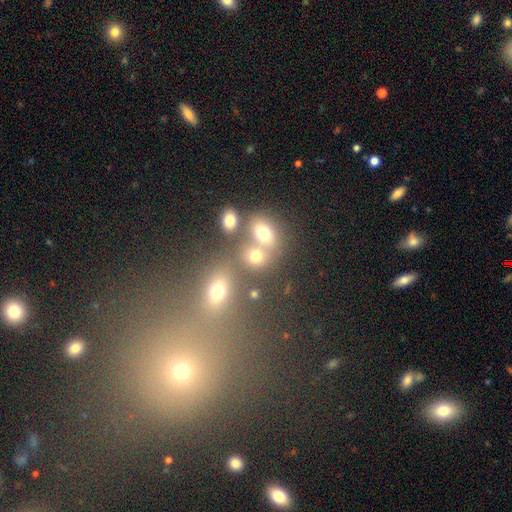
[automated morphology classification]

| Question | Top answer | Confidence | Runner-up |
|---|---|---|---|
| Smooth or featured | smooth | 71% | star or artifact (17%) |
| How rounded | round | 55% | in between (43%) |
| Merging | none | 46% | merger (40%) |